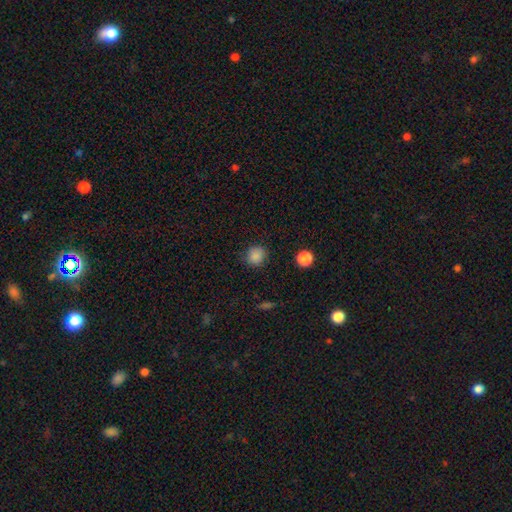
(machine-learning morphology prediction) smooth-or-featured: smooth: 84% | star or artifact: 11% | featured or disk: 4%
  how-rounded: round: 91% | in between: 8% | cigar-shaped: 1%
  merging: none: 85% | minor disturbance: 11% | major disturbance: 3% | merger: 1%